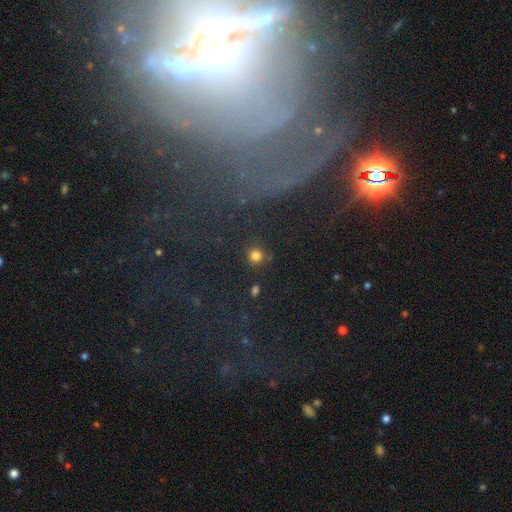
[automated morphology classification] smooth_or_featured: smooth (p=0.80) [alt: star or artifact p=0.15]
how_rounded: round (p=0.93) [alt: in between p=0.06]
merging: none (p=0.87) [alt: minor disturbance p=0.07]